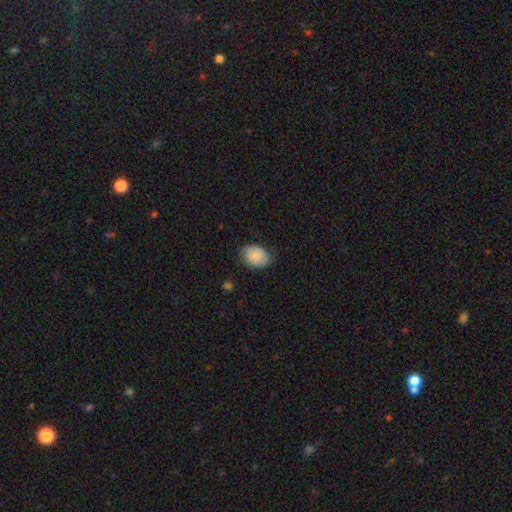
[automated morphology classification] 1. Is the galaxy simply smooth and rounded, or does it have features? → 87% smooth, 7% featured or disk, 7% star or artifact.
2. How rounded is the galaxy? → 77% in between, 22% round, 1% cigar-shaped.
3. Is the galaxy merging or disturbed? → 80% none, 16% minor disturbance, 3% major disturbance, 1% merger.